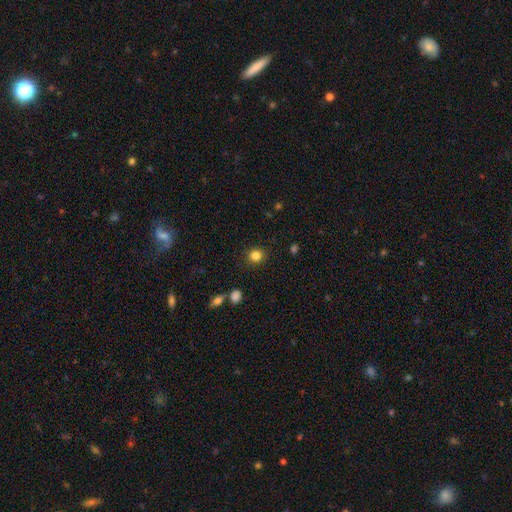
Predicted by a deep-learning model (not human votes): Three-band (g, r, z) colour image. It shows a smooth galaxy with no disk features (83%) that is round (88%). Merging: none (90%).